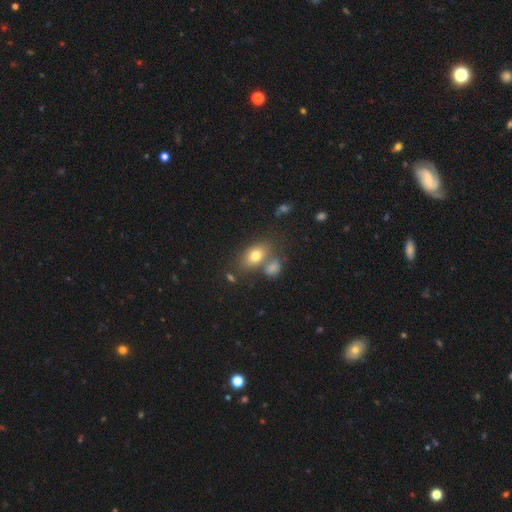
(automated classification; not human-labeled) smooth 76%, featured or disk 14%, star or artifact 10%. Down the decision tree: how rounded — in between (81%); merging — none (55%).